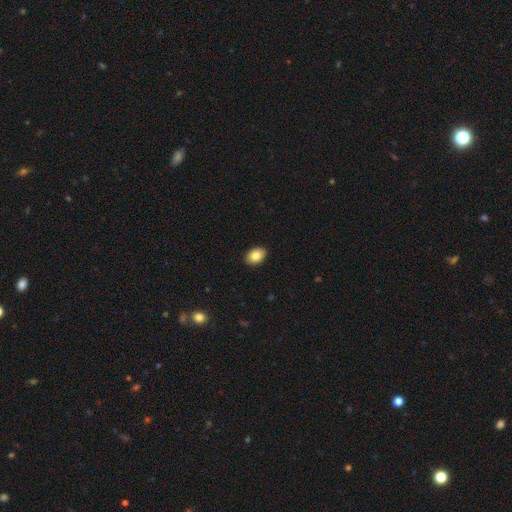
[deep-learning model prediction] This appears to be a smooth galaxy with no disk features (84%) that is in between round and cigar-shaped (81%). Merging: none (91%).